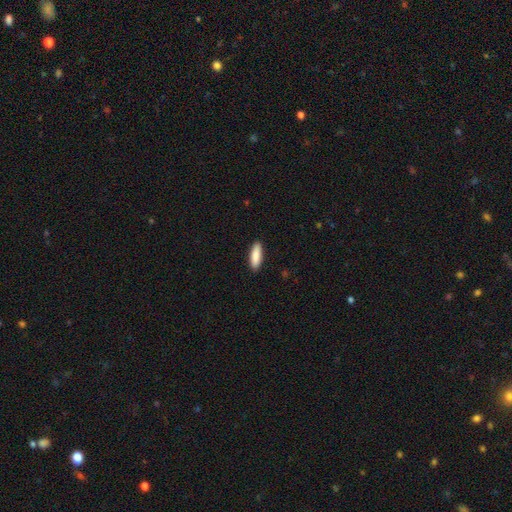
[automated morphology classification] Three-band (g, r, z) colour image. It shows a smooth galaxy with no disk features (88%) that is cigar-shaped (50%). Merging: none (90%).